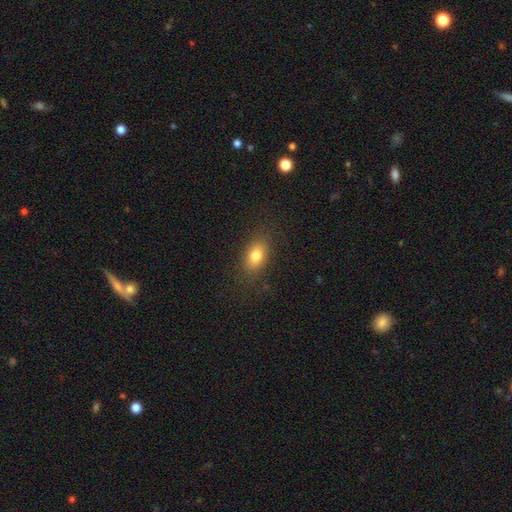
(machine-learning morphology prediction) A smooth galaxy with no disk features (79%) that is in between round and cigar-shaped (84%). Merging: none (84%).